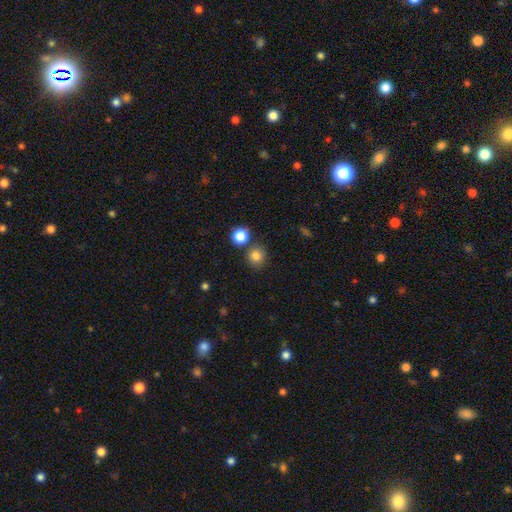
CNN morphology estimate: Smooth or featured: smooth — 82% (star or artifact — 12%)
How rounded: round — 88% (in between — 11%)
Merging: none — 76% (merger — 13%)